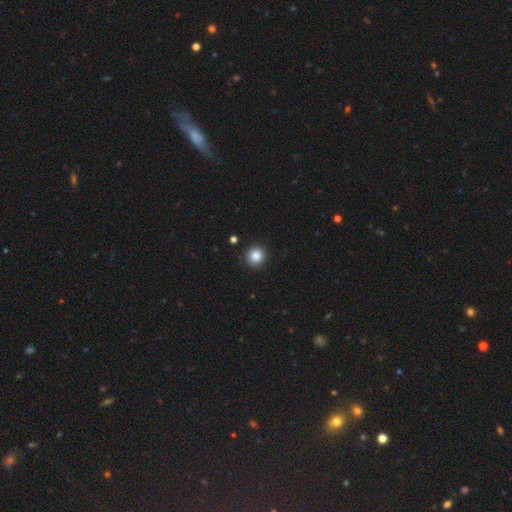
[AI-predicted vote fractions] A smooth galaxy with no disk features (85%) that is round (94%).

Vote fractions:
- Smooth or featured? smooth: 85% / star or artifact: 10% / featured or disk: 4%
- How rounded? round: 94% / in between: 5% / cigar-shaped: 1%
- Merging? none: 91% / minor disturbance: 6% / major disturbance: 2% / merger: 1%